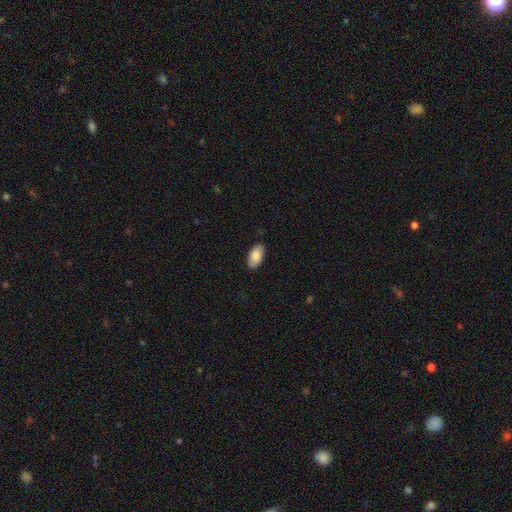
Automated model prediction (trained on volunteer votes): This appears to be a smooth galaxy with no disk features (88%) that is in between round and cigar-shaped (95%). Merging: none (87%).